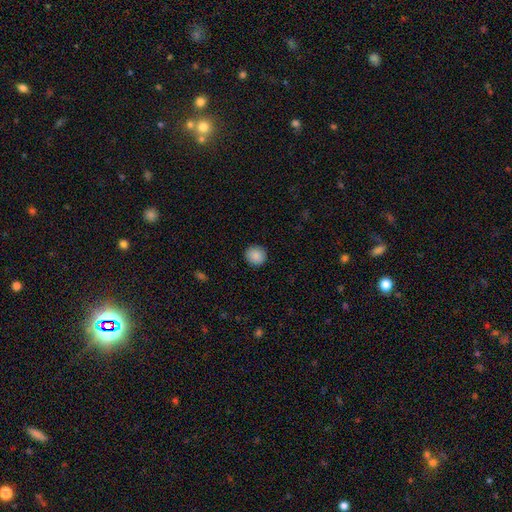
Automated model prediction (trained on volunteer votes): Smooth or featured? Predicted: smooth (p=0.89). How rounded? Predicted: round (p=0.92). Merging? Predicted: none (p=0.91).